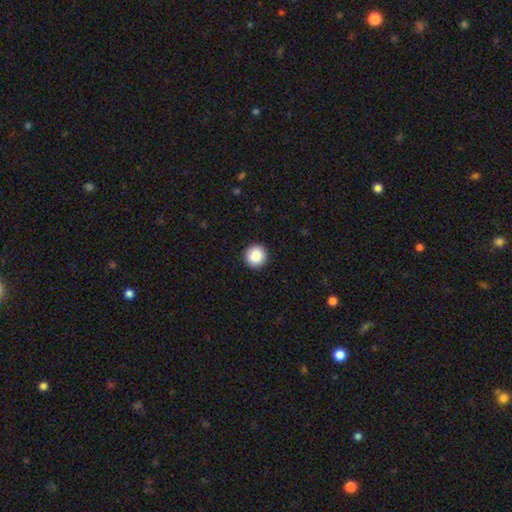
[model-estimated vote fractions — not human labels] This is clearly a smooth galaxy (89%). How rounded: clearly round (96%). Merging: clearly none (93%).